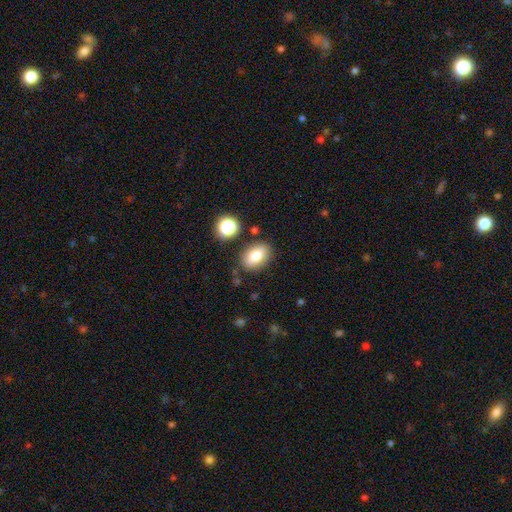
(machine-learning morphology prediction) A smooth galaxy with no disk features (78%) that is in between round and cigar-shaped (81%). Merging: none (81%).